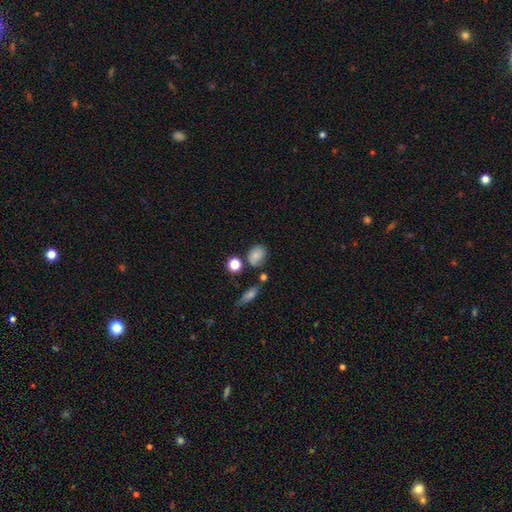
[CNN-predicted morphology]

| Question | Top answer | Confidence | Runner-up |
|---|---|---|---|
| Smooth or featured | smooth | 75% | featured or disk (14%) |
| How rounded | in between | 60% | round (39%) |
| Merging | none | 62% | minor disturbance (22%) |